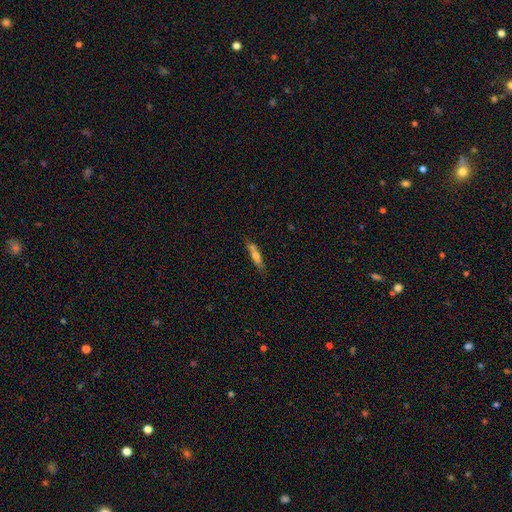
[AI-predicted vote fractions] The model was most divided on "smooth or featured": smooth: 57%, featured or disk: 35%, star or artifact: 8%. More confident: how rounded — cigar-shaped (81%); merging — none (61%).